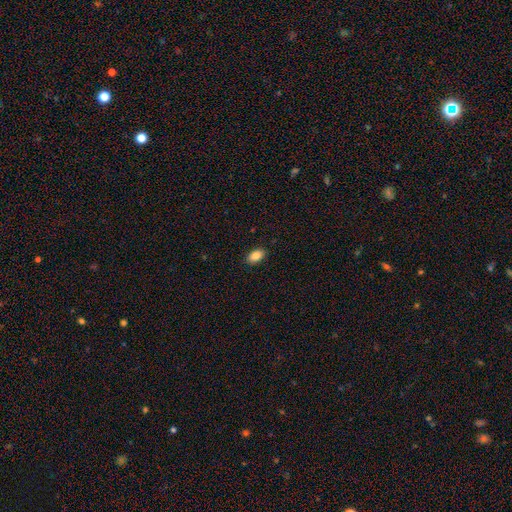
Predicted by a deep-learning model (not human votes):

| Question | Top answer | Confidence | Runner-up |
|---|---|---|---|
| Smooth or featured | smooth | 86% | star or artifact (8%) |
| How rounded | in between | 91% | round (7%) |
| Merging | none | 89% | minor disturbance (8%) |